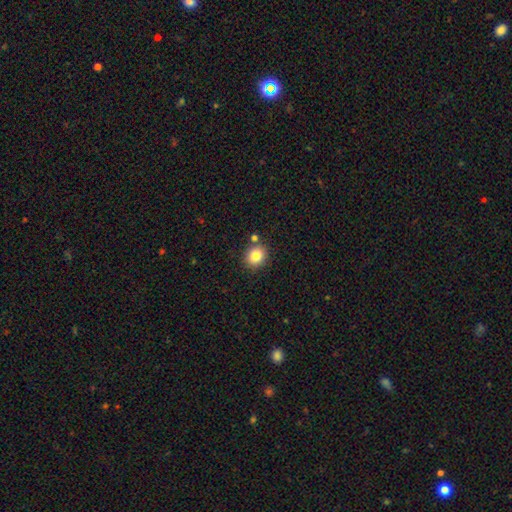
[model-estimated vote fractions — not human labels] Q: Smooth or featured?
A: smooth (83%); runner-up: star or artifact (10%)
Q: How rounded?
A: round (73%); runner-up: in between (27%)
Q: Merging?
A: none (81%); runner-up: minor disturbance (9%)